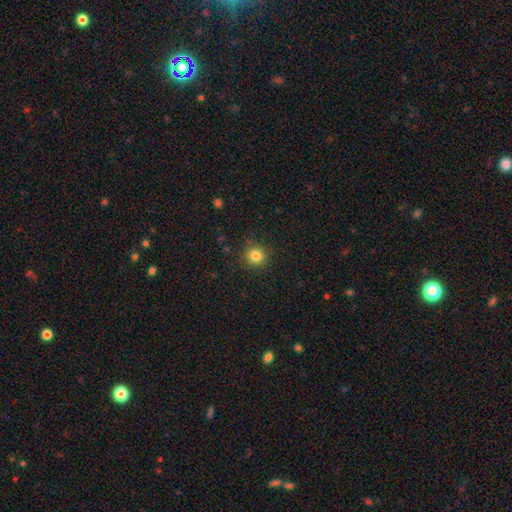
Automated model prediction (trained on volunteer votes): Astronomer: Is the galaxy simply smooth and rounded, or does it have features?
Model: smooth — 82%.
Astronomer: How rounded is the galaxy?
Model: round — 93%.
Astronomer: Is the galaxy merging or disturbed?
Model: none — 89%.